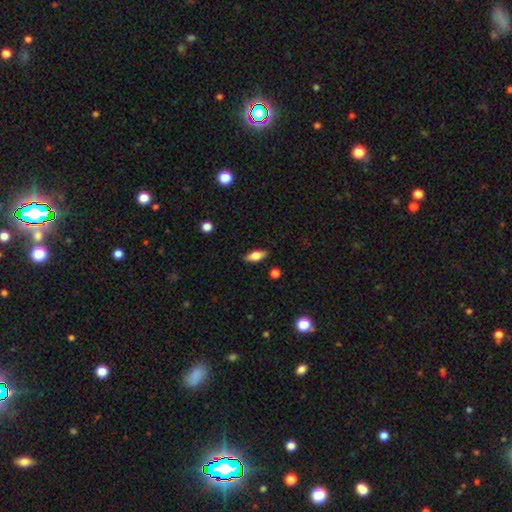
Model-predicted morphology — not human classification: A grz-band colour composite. It shows a smooth galaxy with no disk features (65%) that is in between round and cigar-shaped (76%). Merging: none (86%).